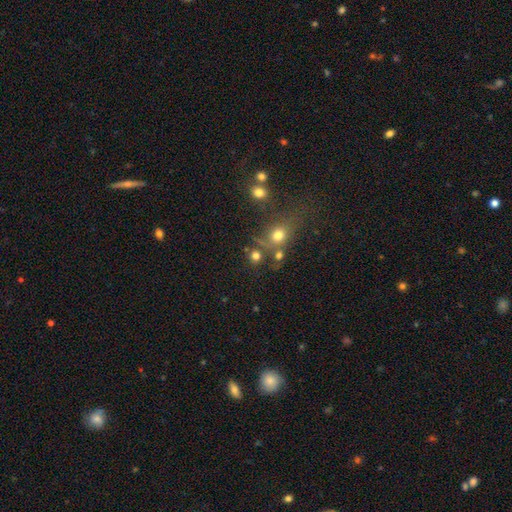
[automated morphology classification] Smooth or featured? Predicted: smooth (p=0.73). How rounded? Predicted: round (p=0.87). Merging? Predicted: none (p=0.64).